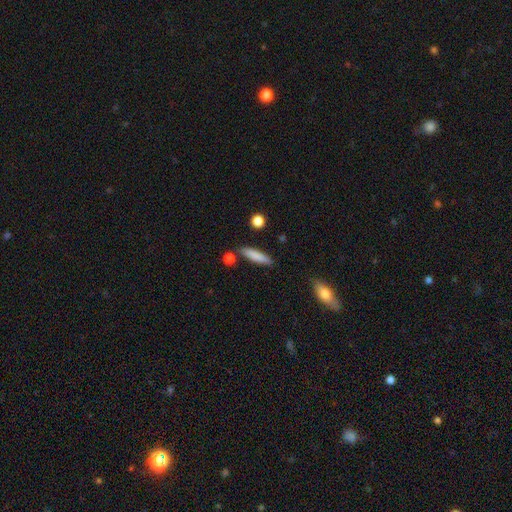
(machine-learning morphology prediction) Smooth or featured?
  - smooth: 81% *
  - featured or disk: 12%
  - star or artifact: 6%
How rounded?
  - cigar-shaped: 79% *
  - in between: 19%
  - round: 2%
Merging?
  - none: 82% *
  - minor disturbance: 11%
  - merger: 5%
  - major disturbance: 3%